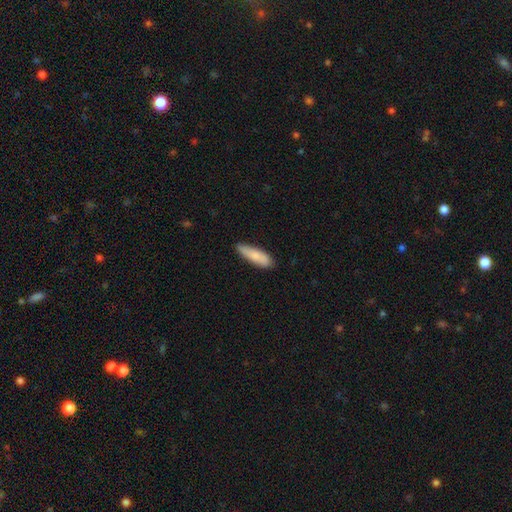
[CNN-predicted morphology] type=smooth (81%); roundness=cigar-shaped (56%); merging=none (78%).